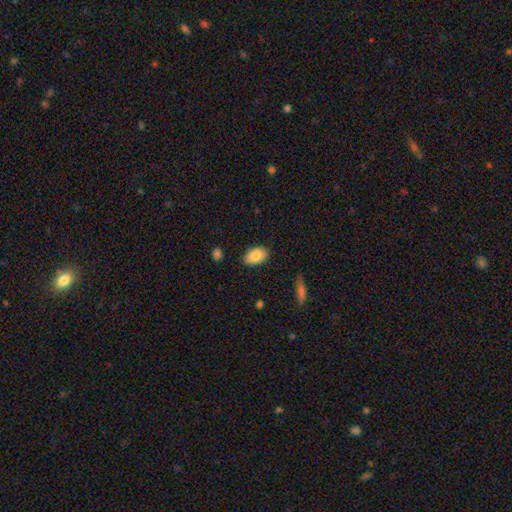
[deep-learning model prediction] Smooth or featured? Predicted: smooth (p=0.87). How rounded? Predicted: in between (p=0.92). Merging? Predicted: none (p=0.84).